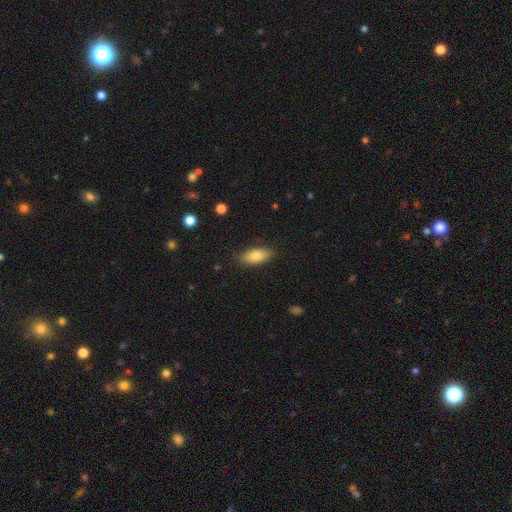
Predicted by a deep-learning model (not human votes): This appears to be a smooth galaxy with no disk features (81%) that is in between round and cigar-shaped (84%). Merging: none (86%).